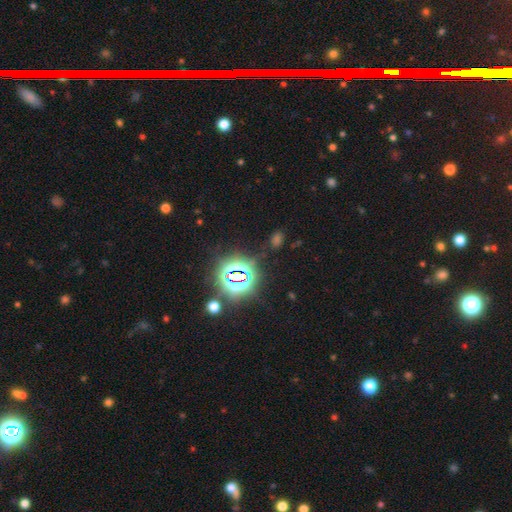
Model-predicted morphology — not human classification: Smooth or featured? star or artifact (83%)